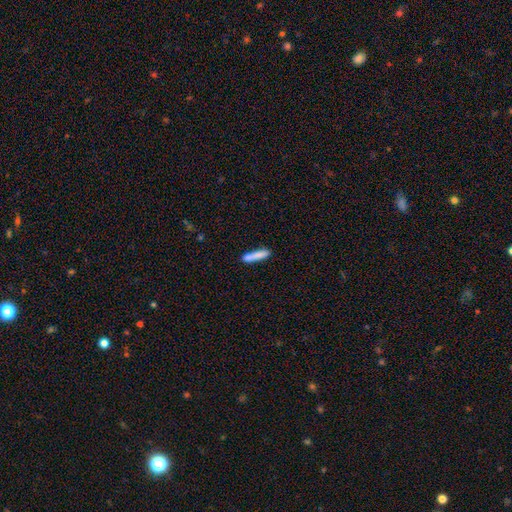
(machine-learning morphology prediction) A smooth galaxy with no disk features (84%) that is cigar-shaped (89%).

Vote fractions:
- Smooth or featured? smooth: 84% / featured or disk: 10% / star or artifact: 7%
- How rounded? cigar-shaped: 89% / in between: 9% / round: 1%
- Merging? none: 82% / minor disturbance: 11% / merger: 4% / major disturbance: 2%